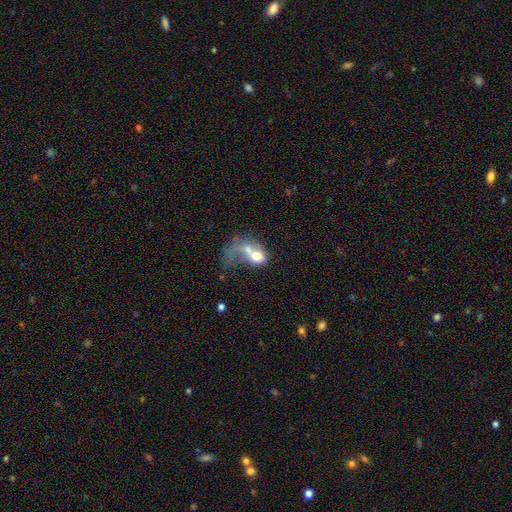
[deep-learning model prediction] Overall: smooth (55%; featured or disk 35%). How rounded: in between (62%; round 36%). Merging: merger (44%; major disturbance 37%).